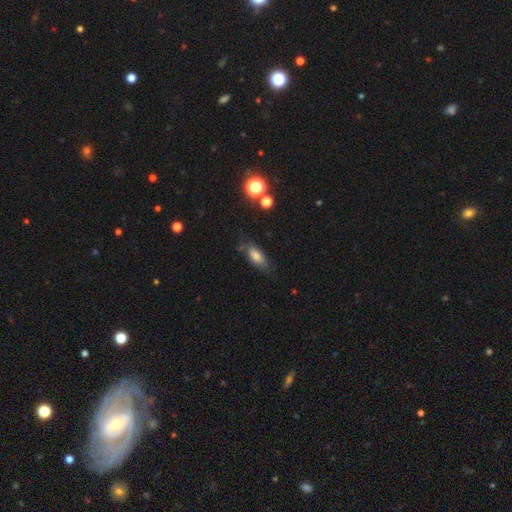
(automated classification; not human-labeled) smooth-or-featured: smooth: 69% | featured or disk: 20% | star or artifact: 11%
  how-rounded: in between: 77% | cigar-shaped: 19% | round: 4%
  merging: none: 65% | minor disturbance: 23% | major disturbance: 9% | merger: 3%